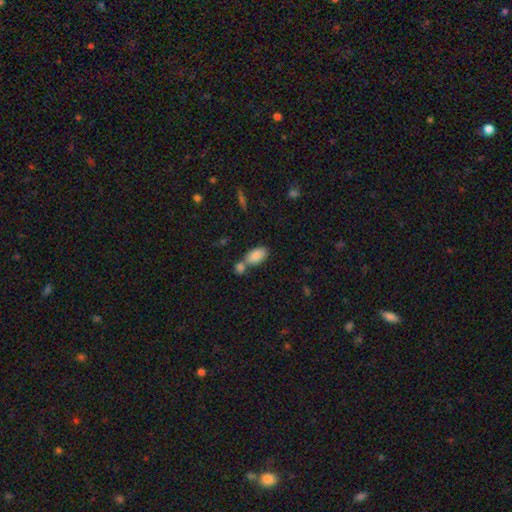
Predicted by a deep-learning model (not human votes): Smooth or featured?
  - smooth: 86% *
  - featured or disk: 7%
  - star or artifact: 7%
How rounded?
  - in between: 93% *
  - round: 4%
  - cigar-shaped: 3%
Merging?
  - none: 44% *
  - merger: 42%
  - minor disturbance: 11%
  - major disturbance: 4%